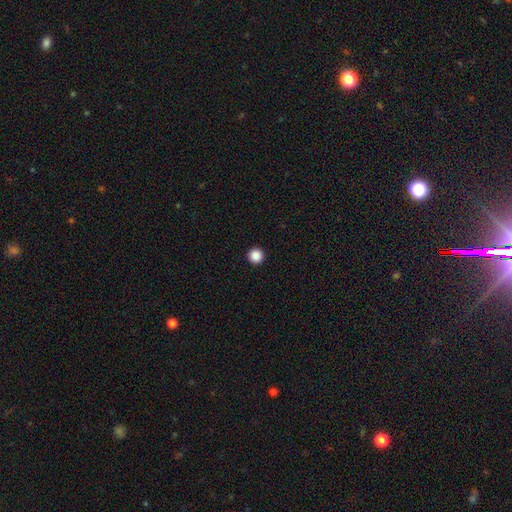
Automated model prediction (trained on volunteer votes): The model was most divided on "smooth or featured": smooth: 87%, star or artifact: 10%, featured or disk: 2%. More confident: how rounded — round (97%); merging — none (95%).